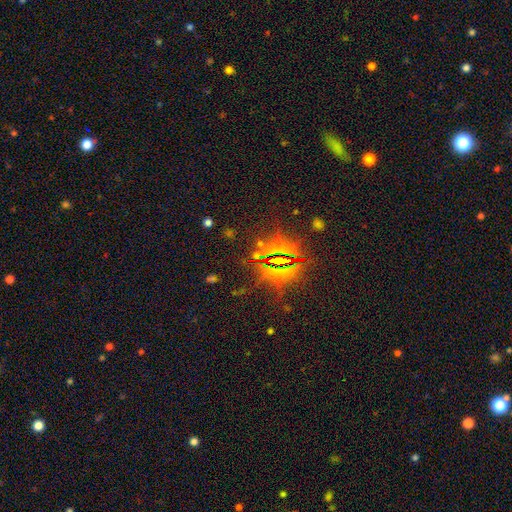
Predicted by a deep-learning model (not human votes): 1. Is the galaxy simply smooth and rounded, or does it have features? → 78% star or artifact, 12% smooth, 10% featured or disk.